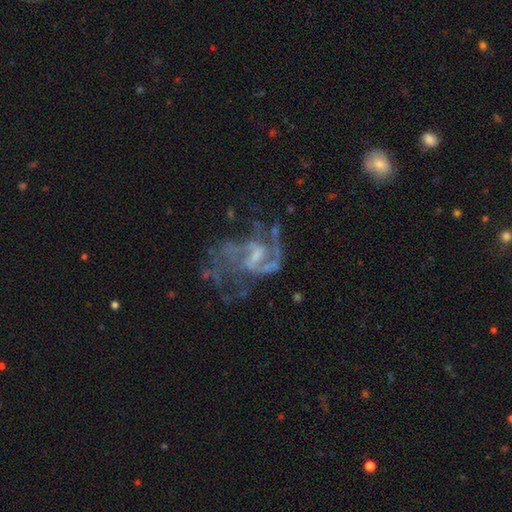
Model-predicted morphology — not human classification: featured or disk 73%, star or artifact 19%, smooth 9%. Down the decision tree: edge-on disk — no (97%); bar — no (46%); spiral arms — yes (78%); spiral arm count — 2 (44%); spiral winding — medium (42%); bulge size — small (45%); merging — none (49%).